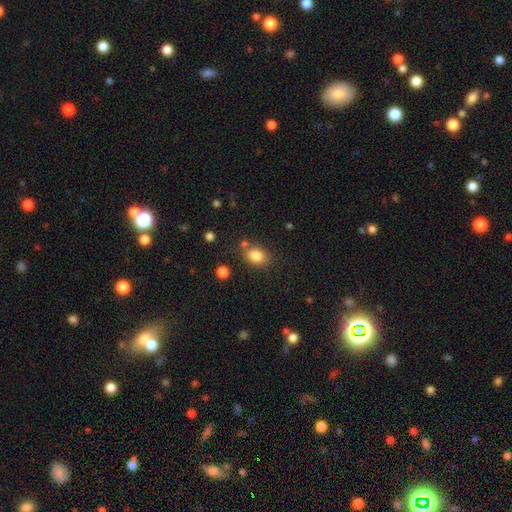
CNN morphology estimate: smooth_or_featured: smooth (p=0.83) [alt: star or artifact p=0.10]
how_rounded: in between (p=0.58) [alt: round p=0.41]
merging: none (p=0.72) [alt: minor disturbance p=0.13]